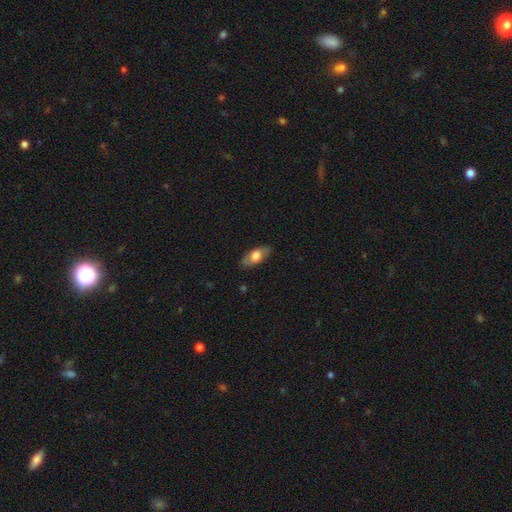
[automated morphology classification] A smooth galaxy with no disk features (65%) that is in between round and cigar-shaped (84%). Merging: none (84%).